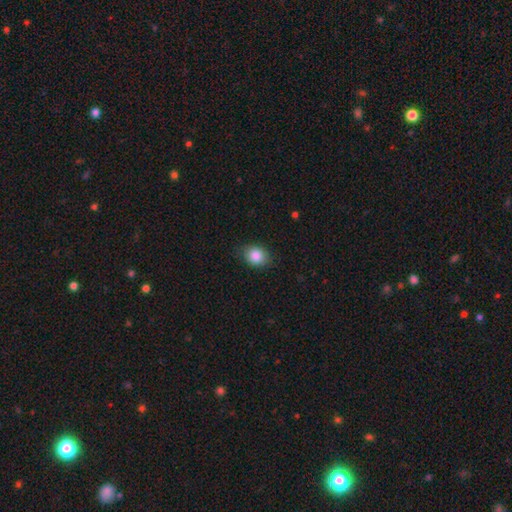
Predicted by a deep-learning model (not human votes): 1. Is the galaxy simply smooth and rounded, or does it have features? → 86% smooth, 8% star or artifact, 6% featured or disk.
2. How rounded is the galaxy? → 51% in between, 48% round, 1% cigar-shaped.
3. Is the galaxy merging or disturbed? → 80% none, 15% minor disturbance, 3% major disturbance, 1% merger.